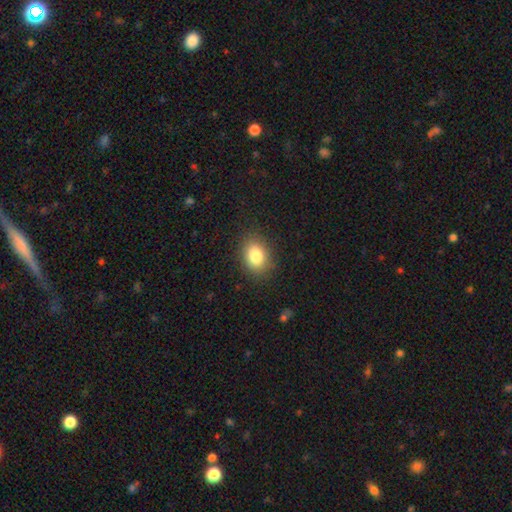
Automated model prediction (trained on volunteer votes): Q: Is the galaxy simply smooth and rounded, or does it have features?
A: smooth — 83%.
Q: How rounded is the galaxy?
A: in between — 71%.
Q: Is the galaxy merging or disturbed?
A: none — 85%.